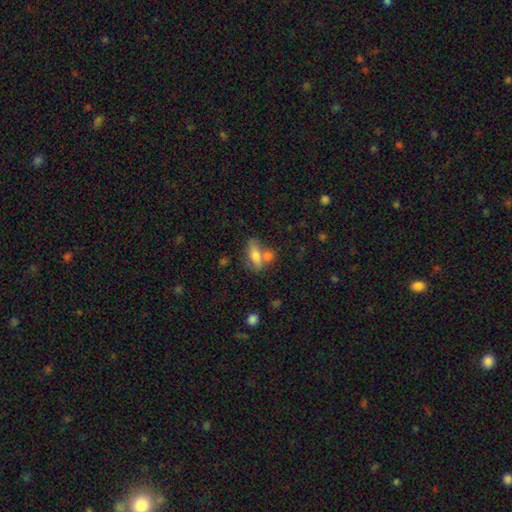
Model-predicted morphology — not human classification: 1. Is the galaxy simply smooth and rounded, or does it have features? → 67% smooth, 24% featured or disk, 9% star or artifact.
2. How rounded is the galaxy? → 64% in between, 29% cigar-shaped, 6% round.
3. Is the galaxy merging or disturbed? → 49% none, 32% merger, 13% minor disturbance, 6% major disturbance.